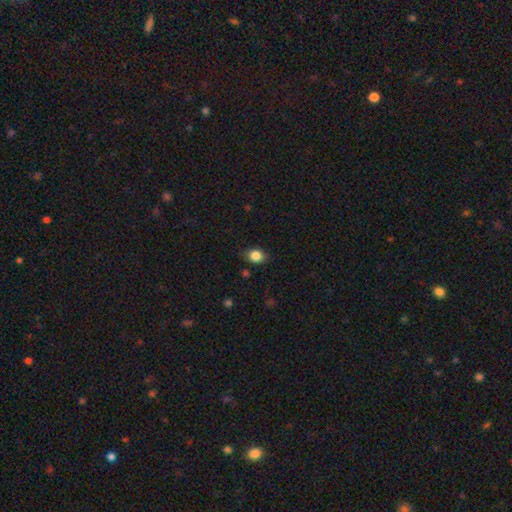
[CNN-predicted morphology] Smooth or featured?
  - smooth: 85% *
  - star or artifact: 10%
  - featured or disk: 6%
How rounded?
  - in between: 52% *
  - round: 47%
  - cigar-shaped: 1%
Merging?
  - none: 83% *
  - minor disturbance: 13%
  - major disturbance: 3%
  - merger: 1%